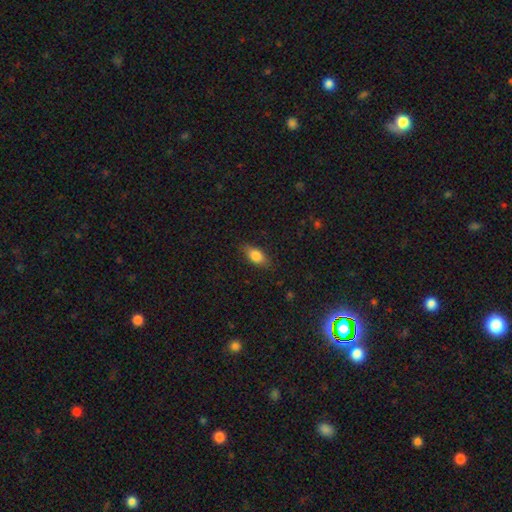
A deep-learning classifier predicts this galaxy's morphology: The model was most divided on "merging": none: 82%, minor disturbance: 14%, major disturbance: 3%, merger: 1%. More confident: how rounded — in between (85%); smooth or featured — smooth (81%).